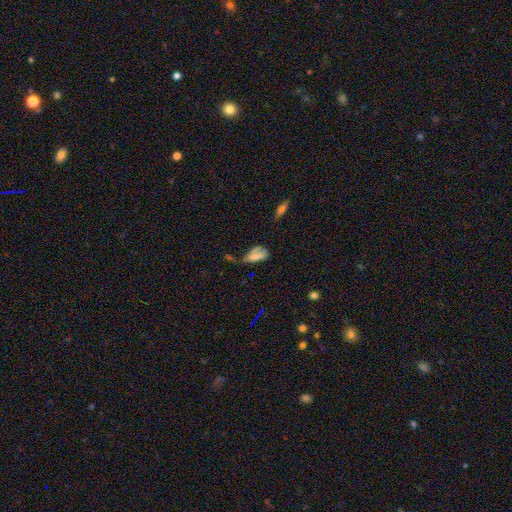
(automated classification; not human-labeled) The model was most divided on "merging": minor disturbance: 31%, major disturbance: 30%, none: 25%, merger: 14%. More confident: how rounded — in between (85%); smooth or featured — smooth (65%).